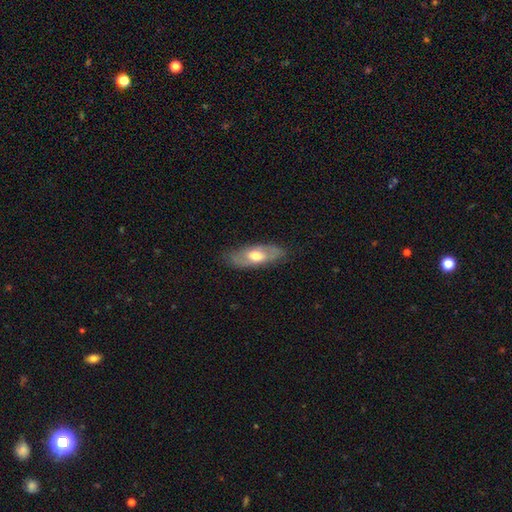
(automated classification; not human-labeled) Smooth or featured?
  - featured or disk: 48% *
  - smooth: 46%
  - star or artifact: 6%
Merging?
  - none: 80% *
  - minor disturbance: 15%
  - major disturbance: 4%
  - merger: 1%